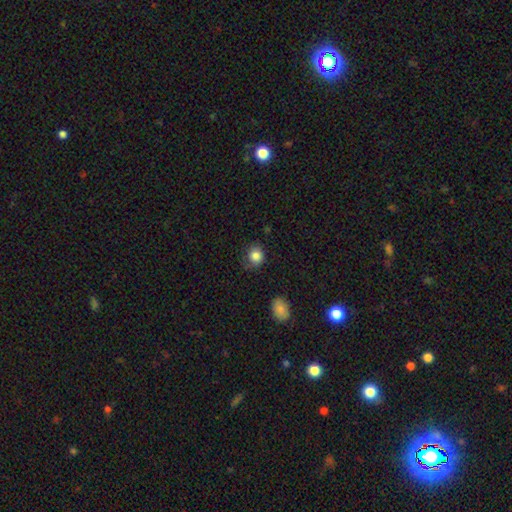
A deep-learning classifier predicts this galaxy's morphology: This is clearly a smooth galaxy (84%). How rounded: likely round (77%). Merging: likely none (66%).